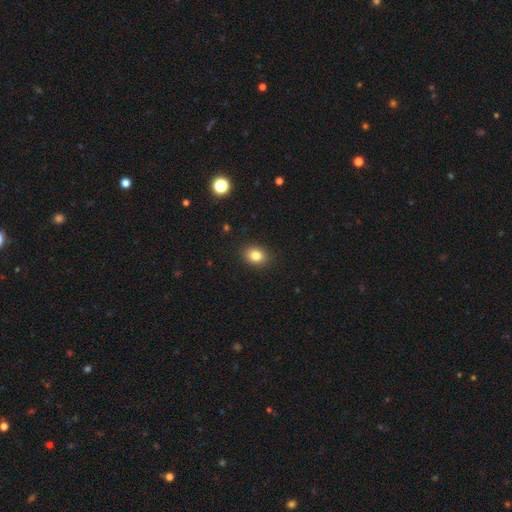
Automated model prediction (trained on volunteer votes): Morphology: type=smooth (82%); roundness=in between (50%); merging=none (89%).